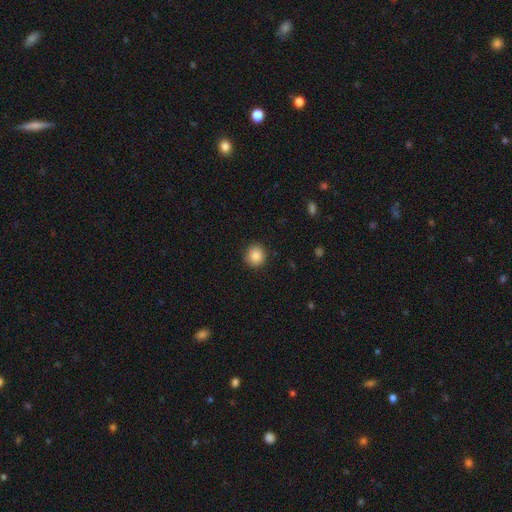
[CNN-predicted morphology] Smooth or featured? smooth (86%)
How rounded? round (91%)
Merging? none (90%)